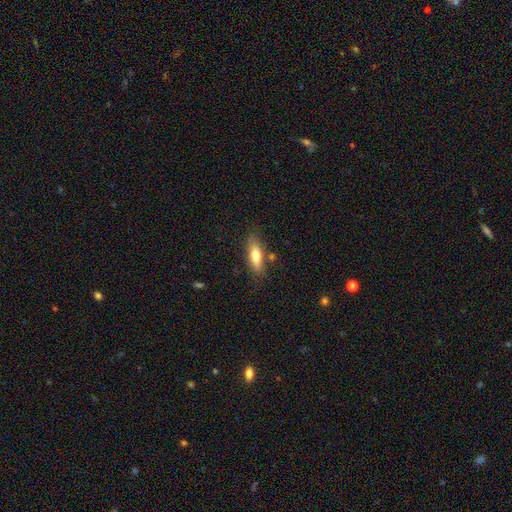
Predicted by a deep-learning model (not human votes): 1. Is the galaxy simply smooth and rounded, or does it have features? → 69% smooth, 24% featured or disk, 7% star or artifact.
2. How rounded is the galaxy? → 56% in between, 41% cigar-shaped, 3% round.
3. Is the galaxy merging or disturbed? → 76% none, 15% minor disturbance, 5% merger, 4% major disturbance.